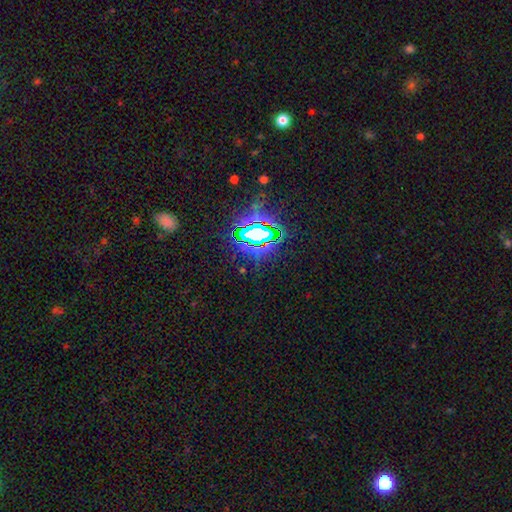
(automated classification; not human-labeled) This is likely a star or artifact rather than a galaxy (74%).